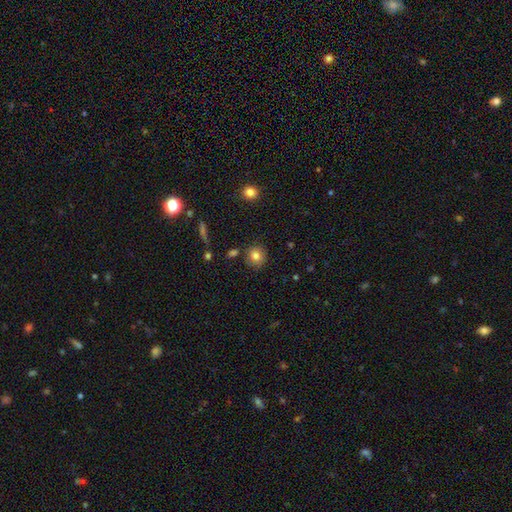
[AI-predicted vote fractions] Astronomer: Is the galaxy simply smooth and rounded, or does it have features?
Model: smooth — 81%.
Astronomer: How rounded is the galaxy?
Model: round — 87%.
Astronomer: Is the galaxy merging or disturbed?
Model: none — 84%.